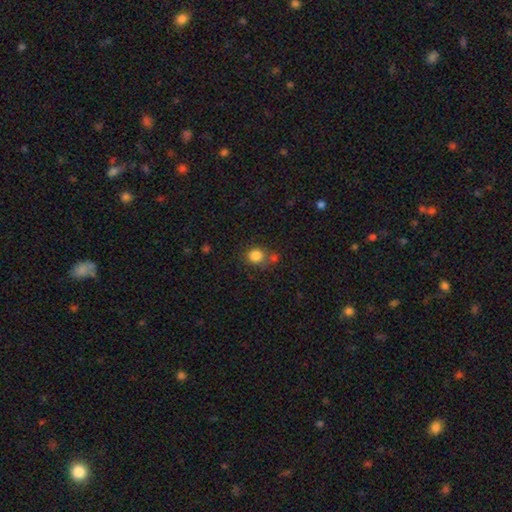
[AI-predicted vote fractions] Morphology: type=smooth (83%); roundness=round (80%); merging=none (64%).